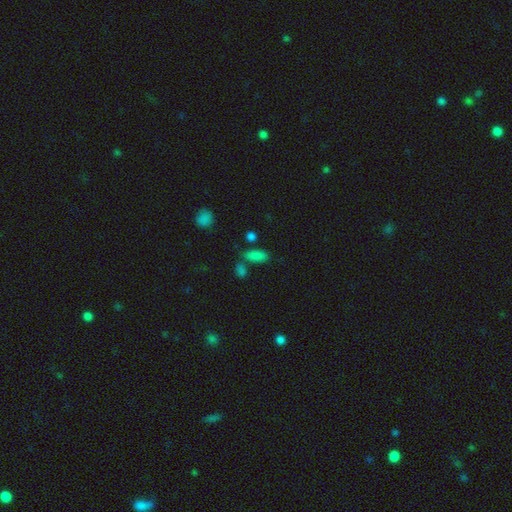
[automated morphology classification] Overall: smooth (80%). How rounded: in between (80%). Merging: none (66%).